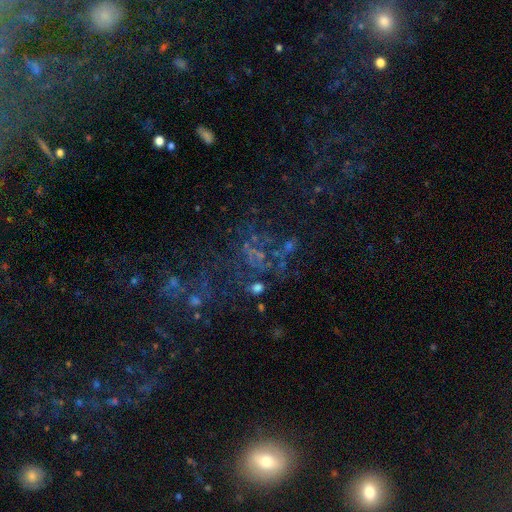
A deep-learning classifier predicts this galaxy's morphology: A featured or disk galaxy (41%, tied with star or artifact).

Vote fractions:
- Smooth or featured? featured or disk: 41% (tied) / star or artifact: 41% (tied) / smooth: 18%
- Merging? none: 43% / major disturbance: 31% / minor disturbance: 14% / merger: 12%